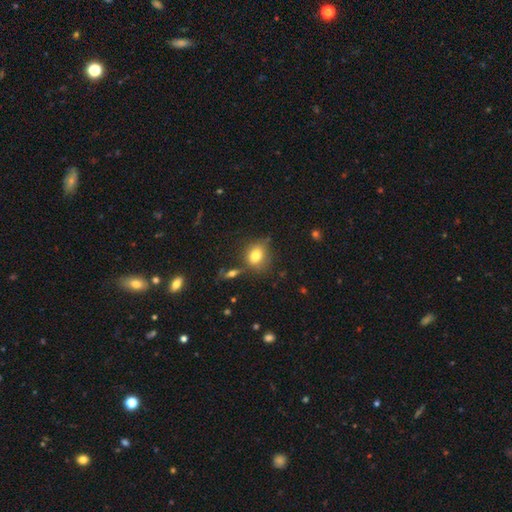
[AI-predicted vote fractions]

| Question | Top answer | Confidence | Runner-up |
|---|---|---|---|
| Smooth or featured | smooth | 78% | featured or disk (11%) |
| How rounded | in between | 52% | round (46%) |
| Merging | none | 66% | minor disturbance (19%) |